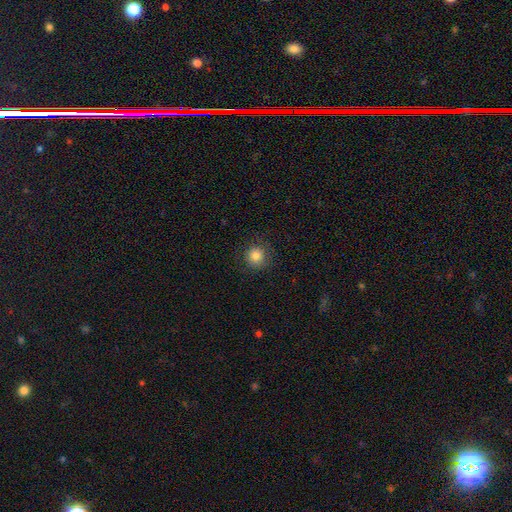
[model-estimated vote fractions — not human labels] The model was most divided on "smooth or featured": smooth: 84%, star or artifact: 11%, featured or disk: 5%. More confident: how rounded — round (93%); merging — none (86%).